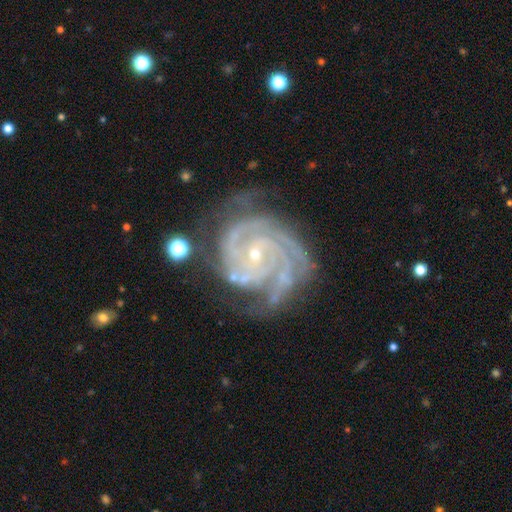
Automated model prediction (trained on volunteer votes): smooth_or_featured: featured or disk (p=0.92) [alt: star or artifact p=0.05]
disk_edge_on: no (p=0.98) [alt: yes p=0.02]
bar: no (p=0.70) [alt: weak p=0.21]
has_spiral_arms: yes (p=0.99) [alt: no p=0.01]
spiral_winding: tight (p=0.76) [alt: medium p=0.22]
spiral_arm_count: 3 (p=0.35) [alt: 4 p=0.29]
bulge_size: small (p=0.84) [alt: moderate p=0.13]
merging: none (p=0.63) [alt: minor disturbance p=0.23]